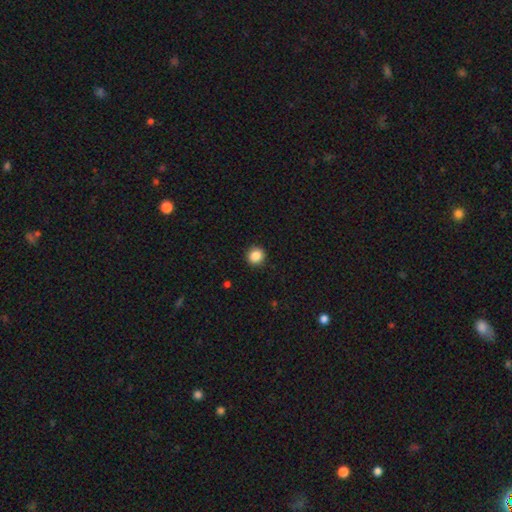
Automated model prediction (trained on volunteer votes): Smooth or featured? Predicted: smooth (p=0.86). How rounded? Predicted: round (p=0.92). Merging? Predicted: none (p=0.92).